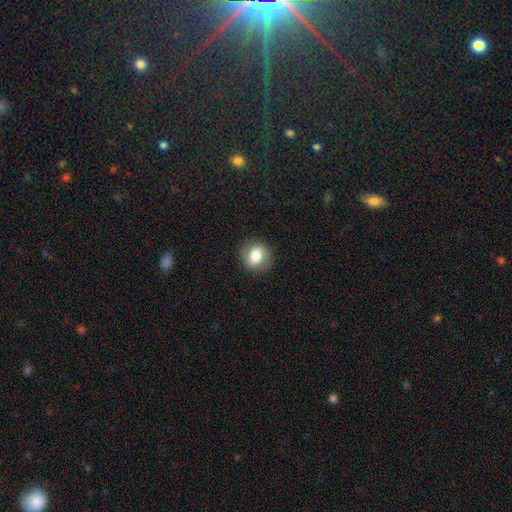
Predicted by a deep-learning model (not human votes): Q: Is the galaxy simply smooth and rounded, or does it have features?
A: smooth — 65%.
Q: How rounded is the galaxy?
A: round — 67%.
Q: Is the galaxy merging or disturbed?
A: none — 85%.